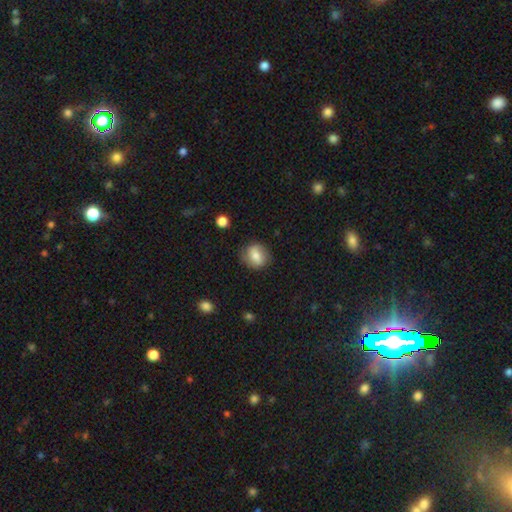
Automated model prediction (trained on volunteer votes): smooth_or_featured: smooth (p=0.68) [alt: featured or disk p=0.24]
how_rounded: round (p=0.69) [alt: in between p=0.30]
merging: none (p=0.80) [alt: minor disturbance p=0.15]